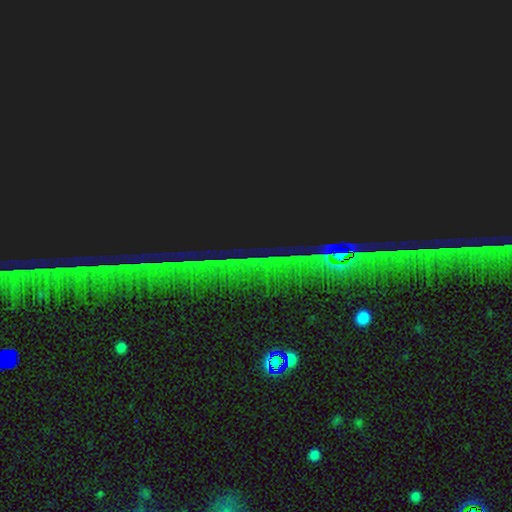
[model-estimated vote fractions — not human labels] Overall: star or artifact (84%).